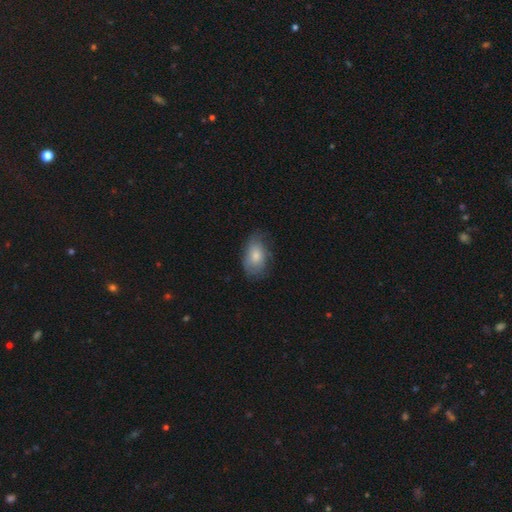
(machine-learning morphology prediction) Smooth or featured?
  - smooth: 72% *
  - featured or disk: 21%
  - star or artifact: 7%
How rounded?
  - in between: 88% *
  - round: 10%
  - cigar-shaped: 2%
Merging?
  - none: 61% *
  - minor disturbance: 28%
  - major disturbance: 9%
  - merger: 1%